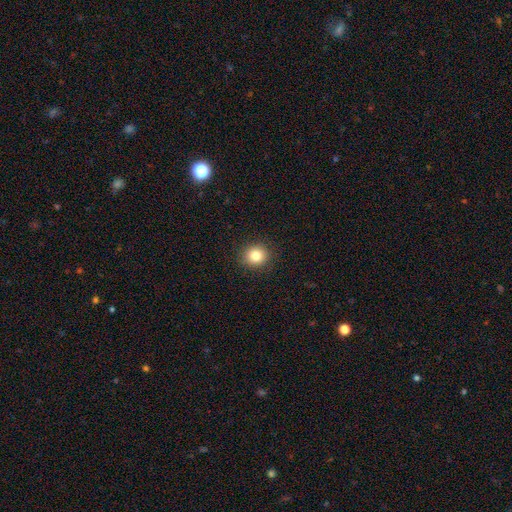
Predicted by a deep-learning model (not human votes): The model was most divided on "how rounded": round: 85%, in between: 14%, cigar-shaped: 1%. More confident: merging — none (91%); smooth or featured — smooth (83%).